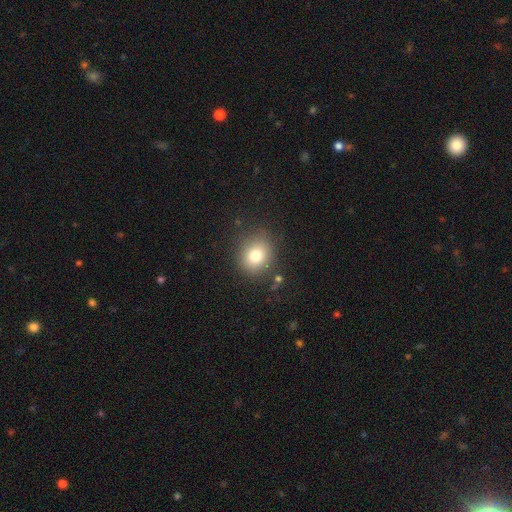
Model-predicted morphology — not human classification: smooth_or_featured: smooth (p=0.78) [alt: star or artifact p=0.12]
how_rounded: round (p=0.75) [alt: in between p=0.24]
merging: none (p=0.83) [alt: minor disturbance p=0.11]